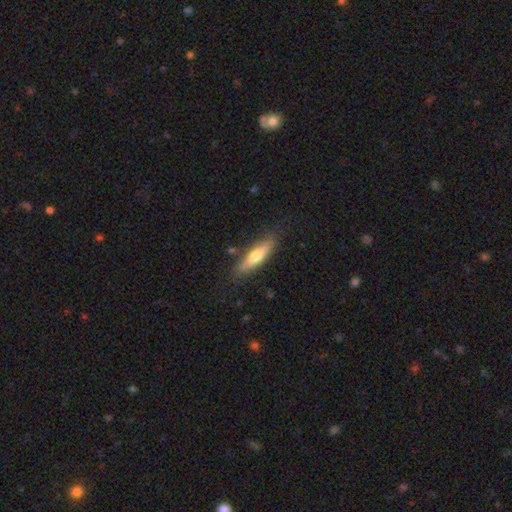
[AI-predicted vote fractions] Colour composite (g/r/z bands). It shows a smooth galaxy with no disk features (54%) that is cigar-shaped (74%). Merging: none (80%).